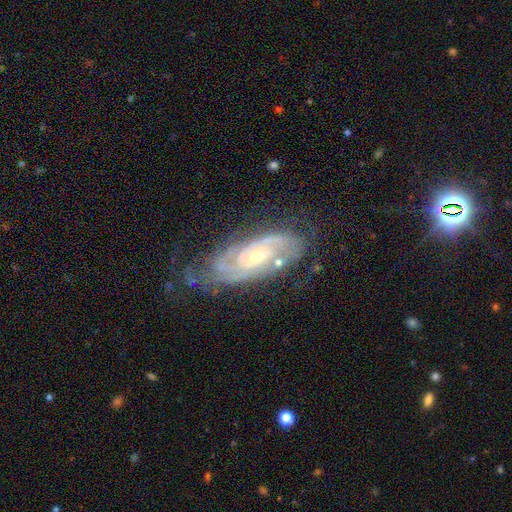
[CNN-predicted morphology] A featured or disk galaxy (87%) with no bar (63%), can't tell (32%, tied with 2) tight (71%) spiral arms (96%) and a small central bulge (65%). Merging: none (61%).